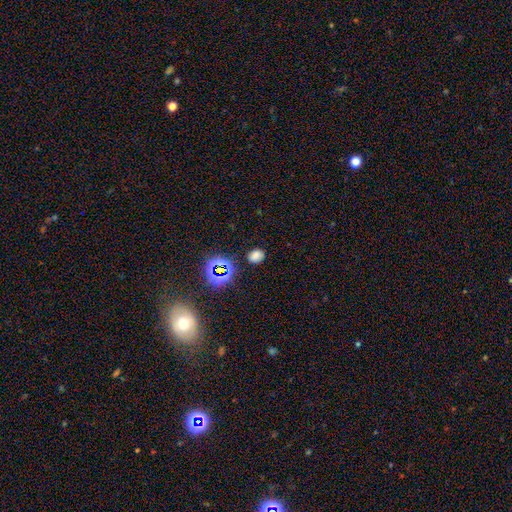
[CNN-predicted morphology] type=smooth (67%); roundness=in between (57%); merging=none (83%).